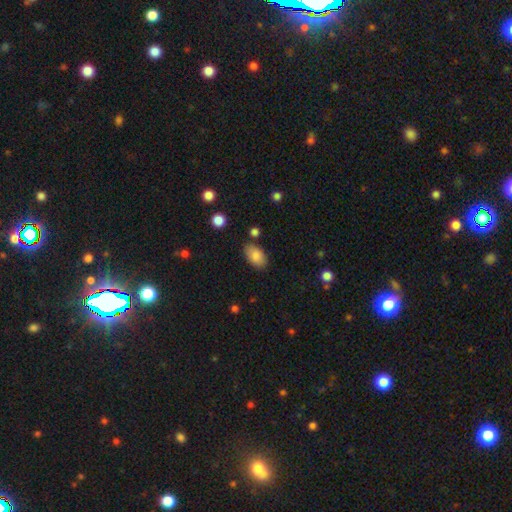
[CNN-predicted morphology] A smooth galaxy with no disk features (85%) that is in between round and cigar-shaped (92%). Merging: none (80%).